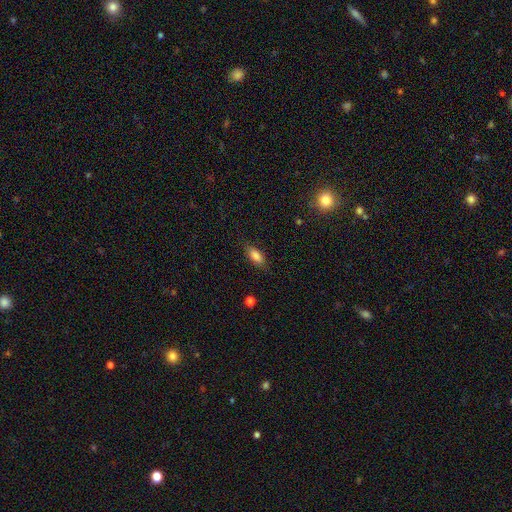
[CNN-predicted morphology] Q: Smooth or featured?
A: smooth (83%); runner-up: featured or disk (9%)
Q: How rounded?
A: in between (79%); runner-up: cigar-shaped (18%)
Q: Merging?
A: none (83%); runner-up: minor disturbance (13%)